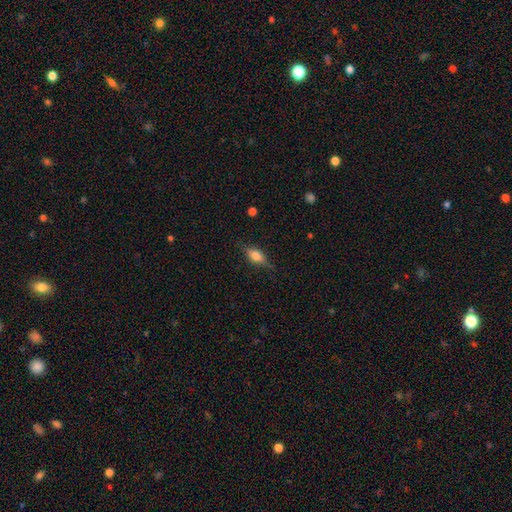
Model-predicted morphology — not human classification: A smooth galaxy with no disk features (55%) that is in between round and cigar-shaped (70%).

Vote fractions:
- Smooth or featured? smooth: 55% / featured or disk: 36% / star or artifact: 9%
- How rounded? in between: 70% / cigar-shaped: 24% / round: 6%
- Merging? none: 77% / minor disturbance: 17% / major disturbance: 4% / merger: 1%